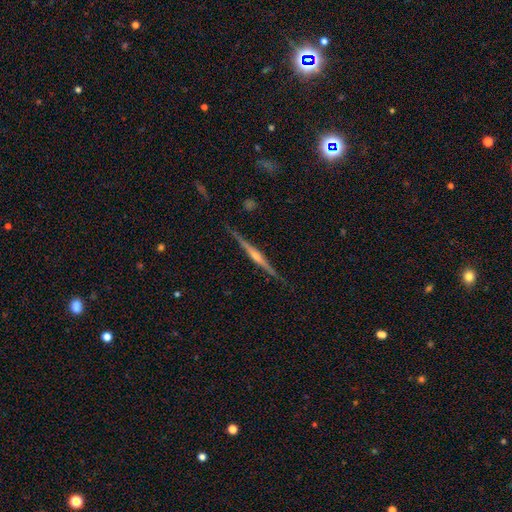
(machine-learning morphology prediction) The model was most divided on "edge-on bulge": rounded: 82%, none: 11%, boxy: 7%. More confident: edge-on disk — yes (98%); merging — none (88%); smooth or featured — featured or disk (83%).